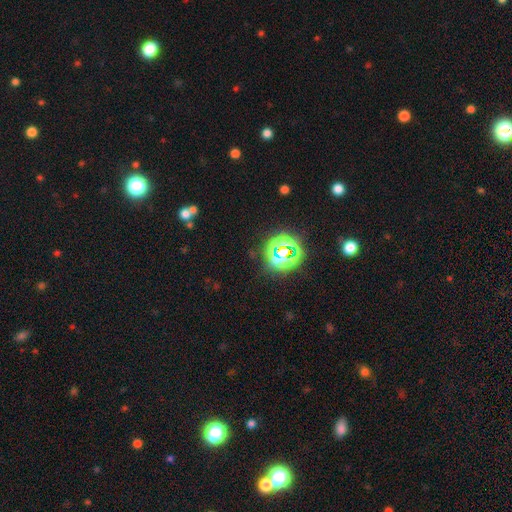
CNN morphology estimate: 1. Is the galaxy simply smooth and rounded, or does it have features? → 70% star or artifact, 23% smooth, 7% featured or disk.